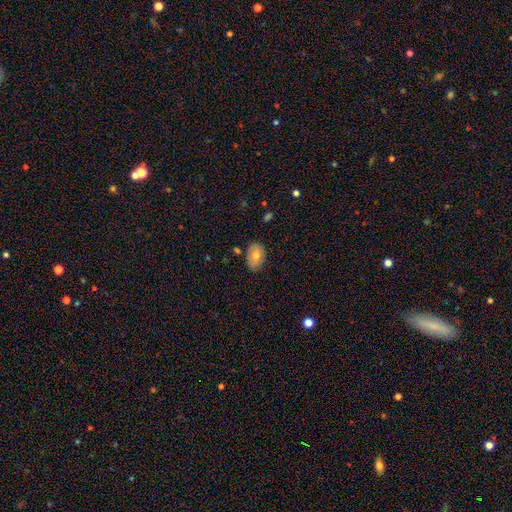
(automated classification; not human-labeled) A smooth galaxy with no disk features (69%) that is in between round and cigar-shaped (87%).

Vote fractions:
- Smooth or featured? smooth: 69% / featured or disk: 23% / star or artifact: 8%
- How rounded? in between: 87% / round: 12% / cigar-shaped: 1%
- Merging? none: 79% / minor disturbance: 16% / major disturbance: 3% / merger: 3%